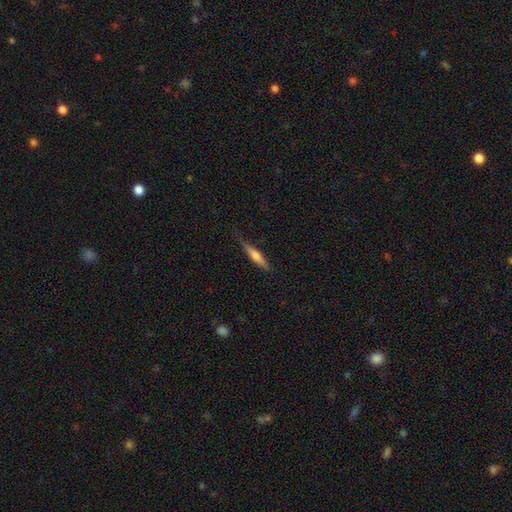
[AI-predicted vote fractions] smooth_or_featured: featured or disk (p=0.51) [alt: smooth p=0.44]
disk_edge_on: yes (p=0.96) [alt: no p=0.04]
merging: none (p=0.80) [alt: minor disturbance p=0.15]